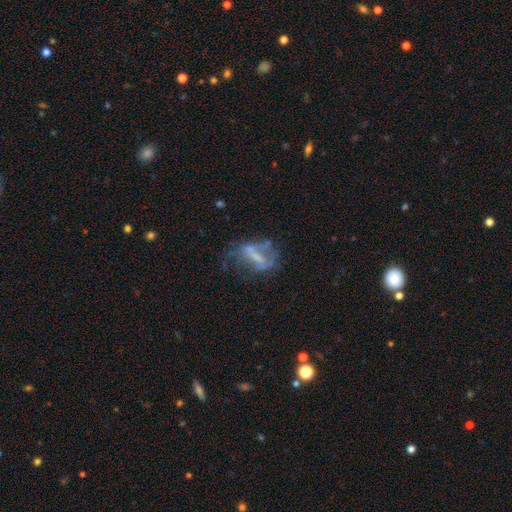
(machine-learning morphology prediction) A featured or disk galaxy (60%) with no bar (35%, tied with strong), no spiral arms (66%) and no central bulge (49%).

Vote fractions:
- Smooth or featured? featured or disk: 60% / smooth: 27% / star or artifact: 13%
- Edge-on disk? no: 92% / yes: 8%
- Bar? no: 35% (tied) / strong: 35% (tied) / weak: 30%
- Spiral arms? no: 66% / yes: 34%
- Bulge size? none: 49% / small: 26% / moderate: 20% / large: 4% / dominant: 1%
- Merging? none: 36% / major disturbance: 34% / minor disturbance: 22% / merger: 8%